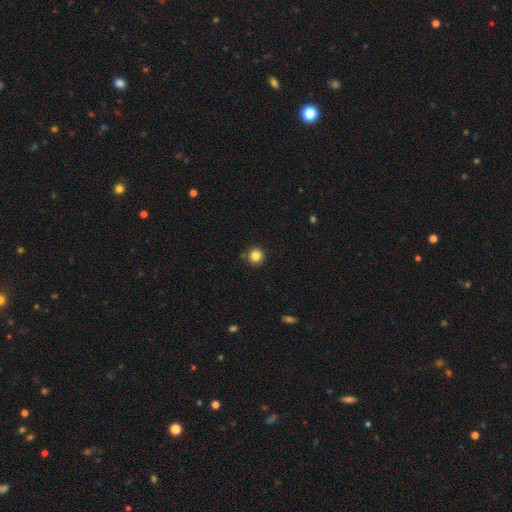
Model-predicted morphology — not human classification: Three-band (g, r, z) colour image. It shows a smooth galaxy with no disk features (85%) that is round (95%). Merging: none (88%).